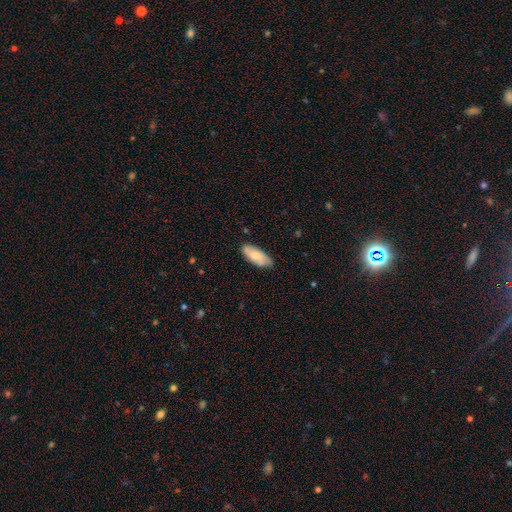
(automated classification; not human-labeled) A smooth galaxy with no disk features (72%) that is in between round and cigar-shaped (81%). Merging: none (81%).